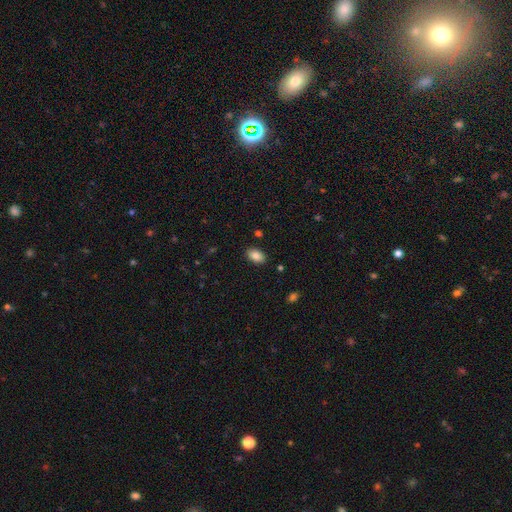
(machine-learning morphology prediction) smooth_or_featured: smooth (p=0.86) [alt: star or artifact p=0.08]
how_rounded: in between (p=0.90) [alt: round p=0.09]
merging: none (p=0.87) [alt: minor disturbance p=0.09]